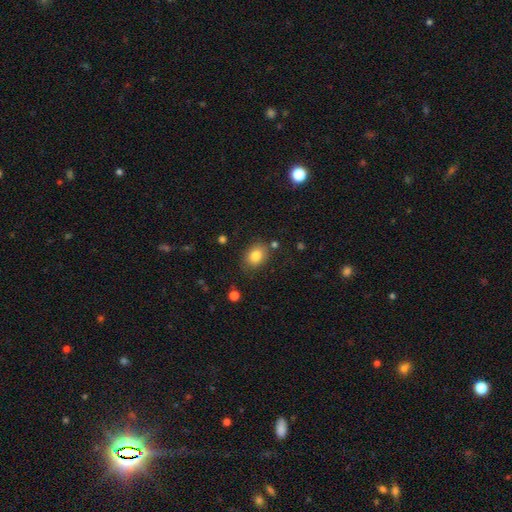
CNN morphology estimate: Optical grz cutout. It shows a smooth galaxy with no disk features (83%) that is in between round and cigar-shaped (65%). Merging: none (80%).